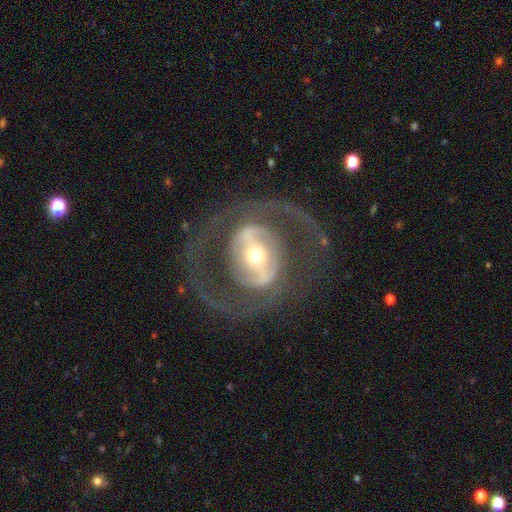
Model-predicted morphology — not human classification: Smooth or featured? featured or disk (84%)
Edge-on disk? no (95%)
Bar? strong (46%)
Spiral arms? yes (70%)
Spiral winding? medium (48%)
Spiral arm count? 2 (83%)
Bulge size? moderate (50%)
Merging? none (73%)